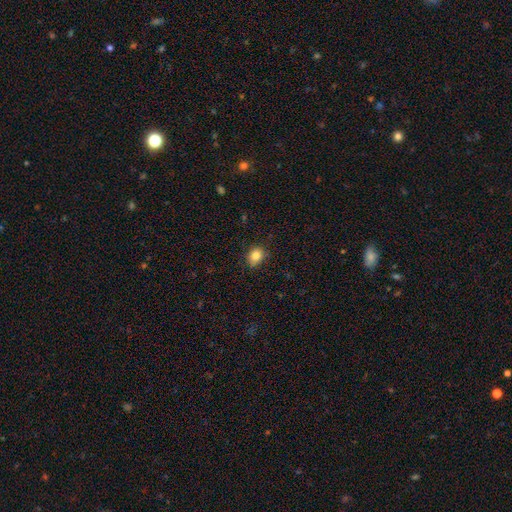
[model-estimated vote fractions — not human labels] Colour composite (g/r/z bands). It shows a smooth galaxy with no disk features (84%) that is round (55%). Merging: none (78%).